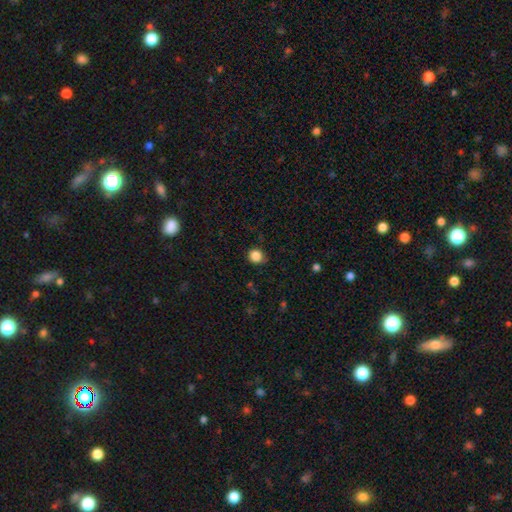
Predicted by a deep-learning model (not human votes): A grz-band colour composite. It shows a smooth galaxy with no disk features (86%) that is round (88%). Merging: none (82%).